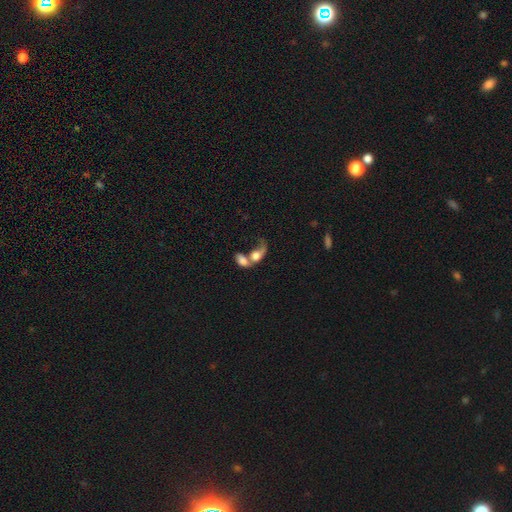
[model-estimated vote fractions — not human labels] Smooth or featured: smooth — 57% (featured or disk — 33%)
How rounded: in between — 75% (round — 19%)
Merging: merger — 73% (major disturbance — 13%)